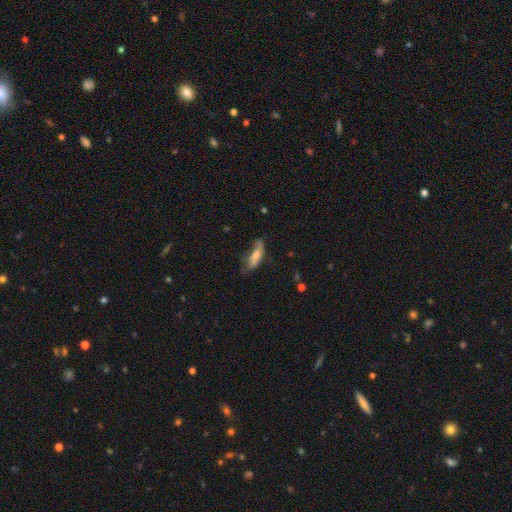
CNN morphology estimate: This is likely a smooth galaxy (65%). How rounded: possibly in between (56%). Merging: possibly none (49%).